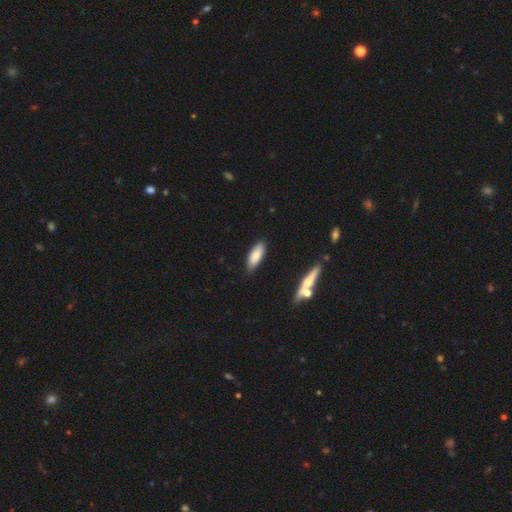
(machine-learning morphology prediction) smooth 82%, featured or disk 12%, star or artifact 6%. Down the decision tree: how rounded — in between (73%); merging — none (86%).